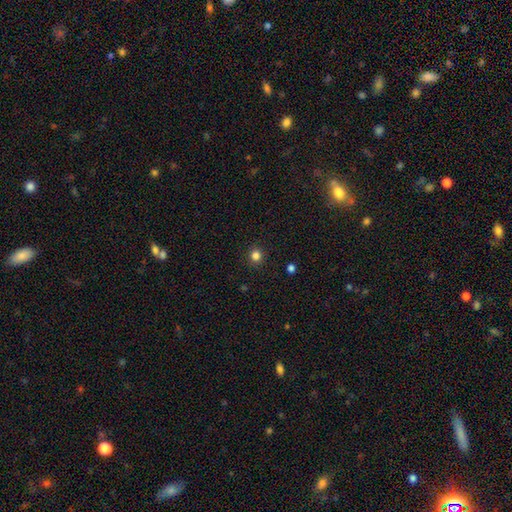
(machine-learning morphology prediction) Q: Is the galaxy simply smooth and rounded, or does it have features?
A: smooth — 82%.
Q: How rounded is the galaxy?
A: round — 90%.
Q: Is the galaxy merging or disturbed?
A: none — 92%.